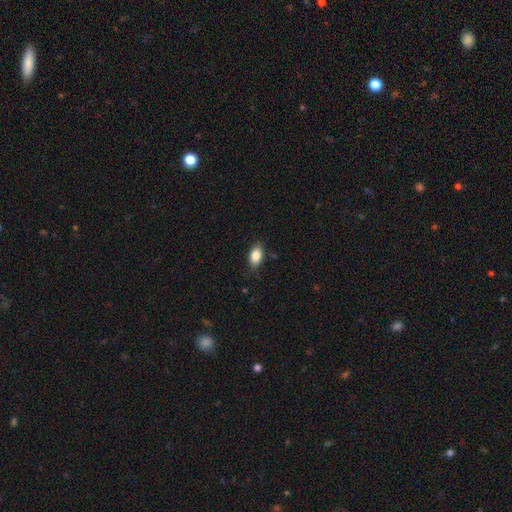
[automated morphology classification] A smooth galaxy with no disk features (84%) that is in between round and cigar-shaped (89%). Merging: none (82%).